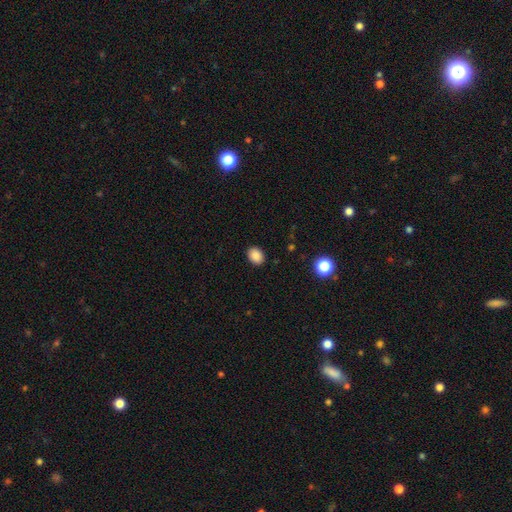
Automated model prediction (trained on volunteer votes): A smooth galaxy with no disk features (87%) that is in between round and cigar-shaped (59%).

Vote fractions:
- Smooth or featured? smooth: 87% / star or artifact: 9% / featured or disk: 4%
- How rounded? in between: 59% / round: 40% / cigar-shaped: 1%
- Merging? none: 89% / minor disturbance: 7% / major disturbance: 2% / merger: 1%